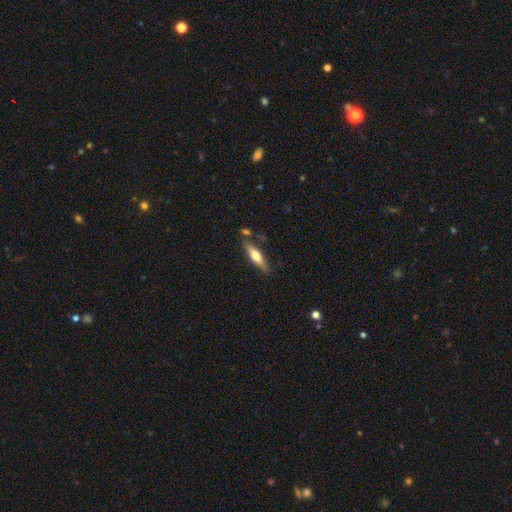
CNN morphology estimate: Overall: smooth (56%; featured or disk 38%). How rounded: cigar-shaped (70%). Merging: none (75%).